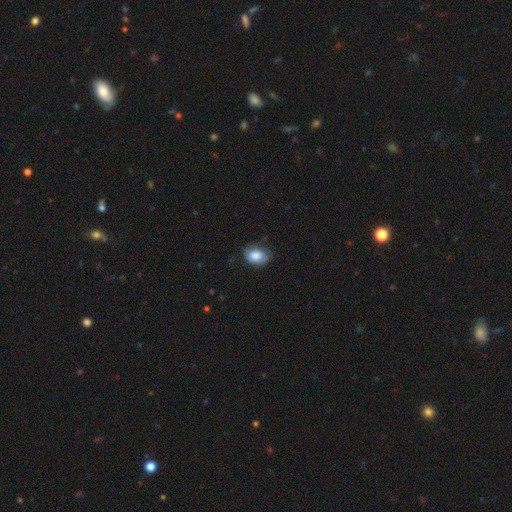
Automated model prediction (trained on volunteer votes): Smooth or featured? smooth (80%)
How rounded? in between (76%)
Merging? none (62%)